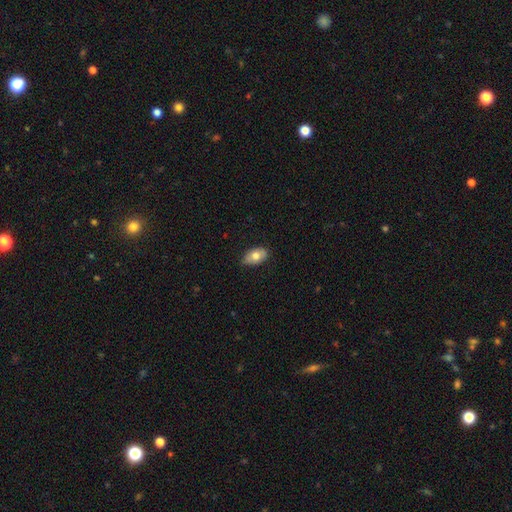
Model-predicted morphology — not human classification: A smooth galaxy with no disk features (72%) that is in between round and cigar-shaped (91%).

Vote fractions:
- Smooth or featured? smooth: 72% / featured or disk: 21% / star or artifact: 7%
- How rounded? in between: 91% / round: 6% / cigar-shaped: 2%
- Merging? none: 78% / minor disturbance: 18% / major disturbance: 3% / merger: 1%